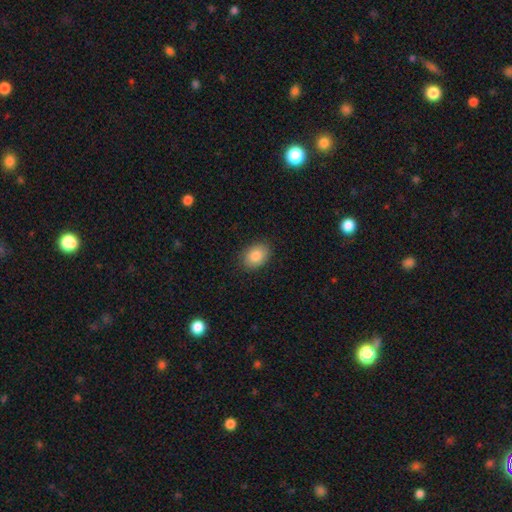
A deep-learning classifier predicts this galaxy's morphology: smooth_or_featured: smooth (p=0.85) [alt: star or artifact p=0.07]
how_rounded: in between (p=0.75) [alt: round p=0.24]
merging: none (p=0.87) [alt: minor disturbance p=0.10]